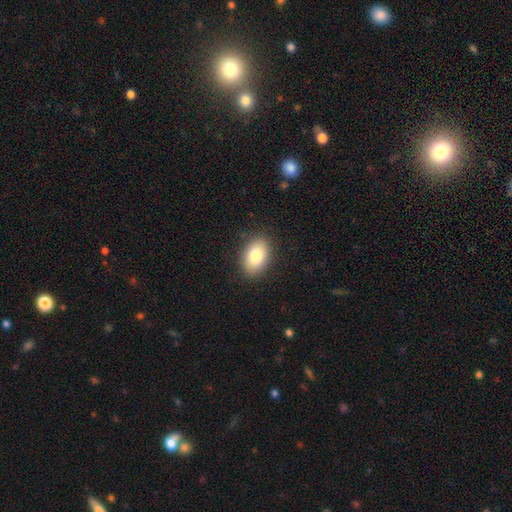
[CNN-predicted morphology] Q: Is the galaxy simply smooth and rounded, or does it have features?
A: smooth — 83%.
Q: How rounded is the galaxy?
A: in between — 88%.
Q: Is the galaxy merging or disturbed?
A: none — 88%.